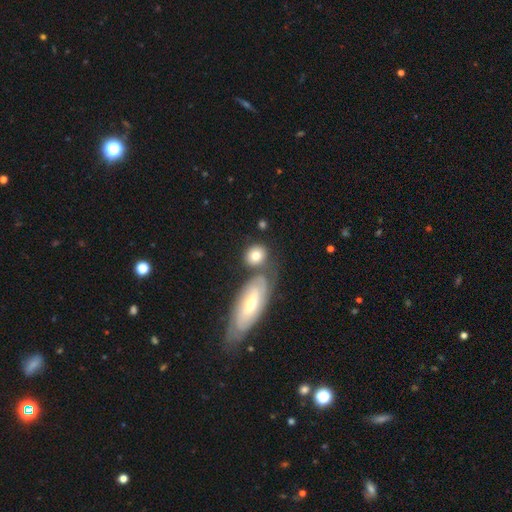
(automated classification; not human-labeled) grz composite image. It shows a smooth galaxy with no disk features (76%) that is round (67%). Merging: none (57%).